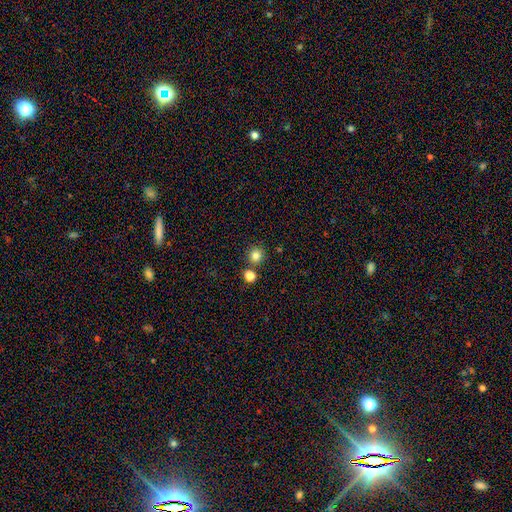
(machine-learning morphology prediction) Overall: smooth (82%). How rounded: round (92%). Merging: none (78%).